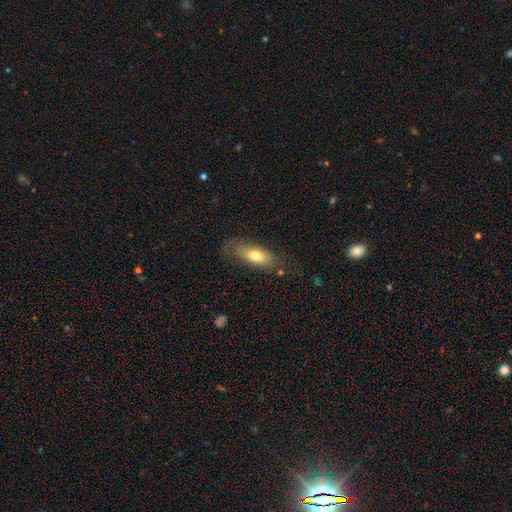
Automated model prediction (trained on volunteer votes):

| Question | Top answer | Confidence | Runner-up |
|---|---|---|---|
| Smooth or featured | smooth | 68% | featured or disk (24%) |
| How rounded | in between | 76% | cigar-shaped (21%) |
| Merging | none | 66% | minor disturbance (22%) |